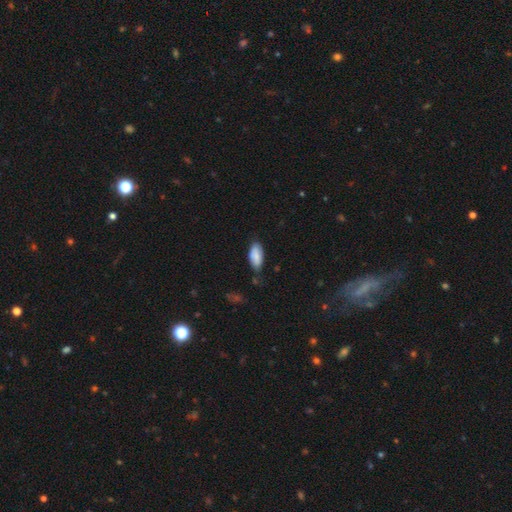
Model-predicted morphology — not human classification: smooth-or-featured: smooth: 83% | featured or disk: 11% | star or artifact: 6%
  how-rounded: in between: 90% | cigar-shaped: 8% | round: 2%
  merging: none: 68% | minor disturbance: 25% | major disturbance: 5% | merger: 3%